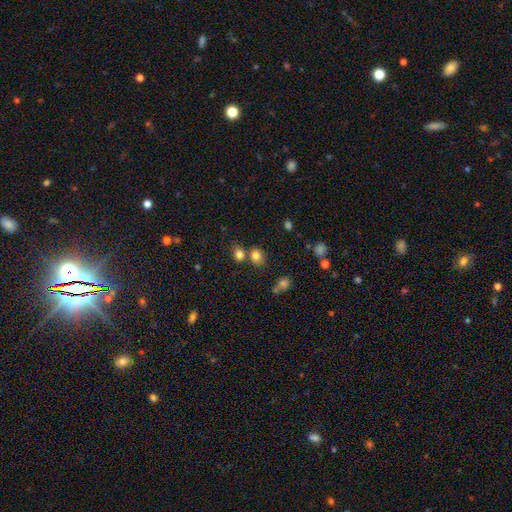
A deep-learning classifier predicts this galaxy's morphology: Smooth or featured: smooth — 80% (star or artifact — 14%)
How rounded: round — 57% (in between — 42%)
Merging: none — 59% (merger — 25%)